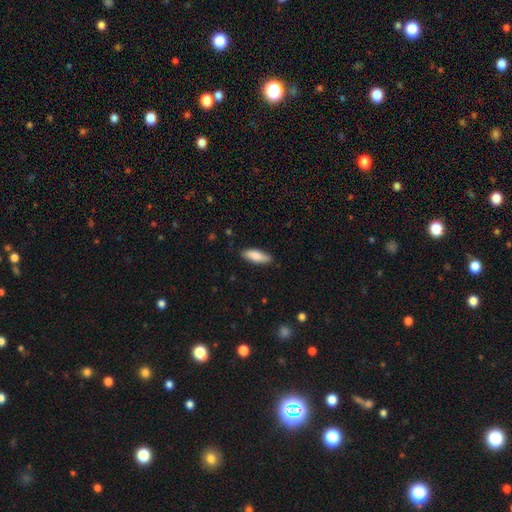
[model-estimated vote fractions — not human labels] A smooth galaxy with no disk features (82%) that is in between round and cigar-shaped (60%). Merging: none (86%).